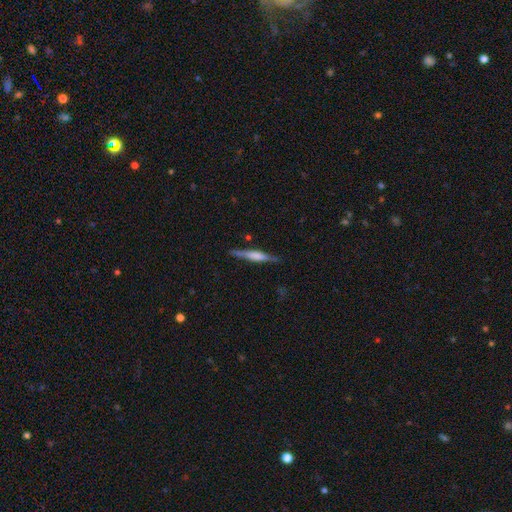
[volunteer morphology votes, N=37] featured or disk 54%, smooth 41%, star or artifact 5%. Down the decision tree: edge-on disk — yes (90%); edge-on bulge — boxy (67%); merging — none (86%).